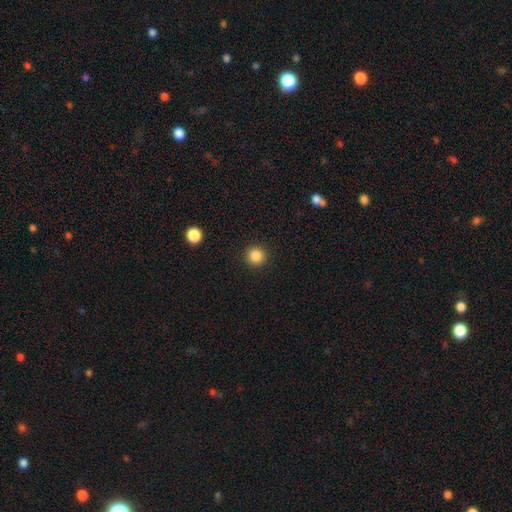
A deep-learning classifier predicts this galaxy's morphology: Smooth or featured: smooth — 86% (star or artifact — 11%)
How rounded: round — 95% (in between — 4%)
Merging: none — 92% (minor disturbance — 5%)